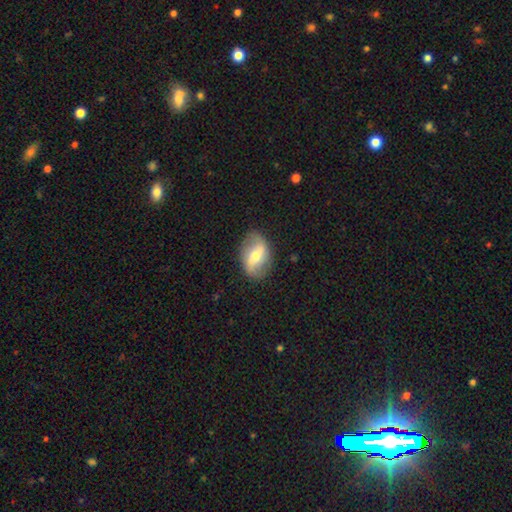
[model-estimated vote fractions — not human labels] This appears to be a featured or disk galaxy (64%) with a strong bar (41%), spiral arms (72%) and a moderate central bulge (60%). Merging: none (83%).